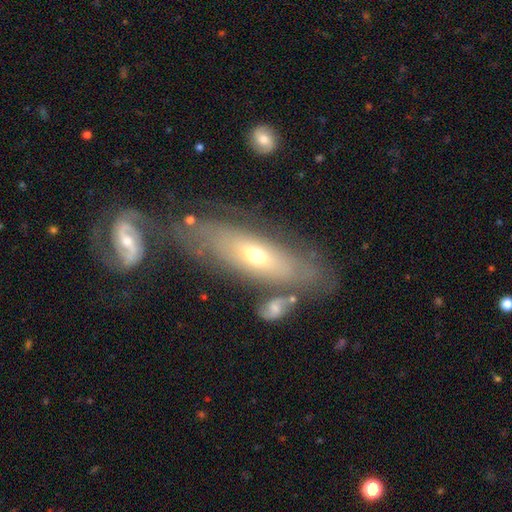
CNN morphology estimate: featured or disk 50%, smooth 42%, star or artifact 8%. Down the decision tree: edge-on disk — no (63%); merging — none (63%).